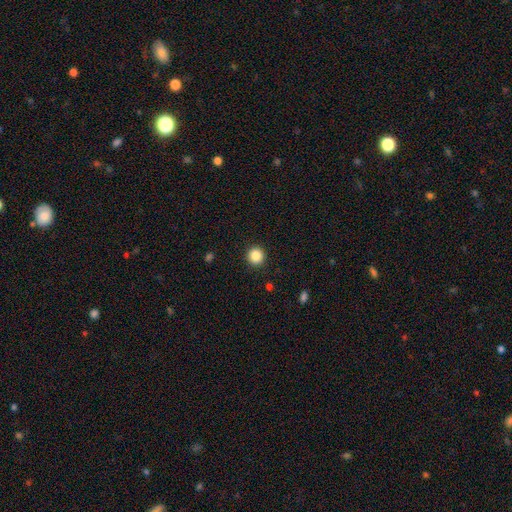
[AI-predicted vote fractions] A smooth galaxy with no disk features (87%) that is round (94%). Merging: none (92%).